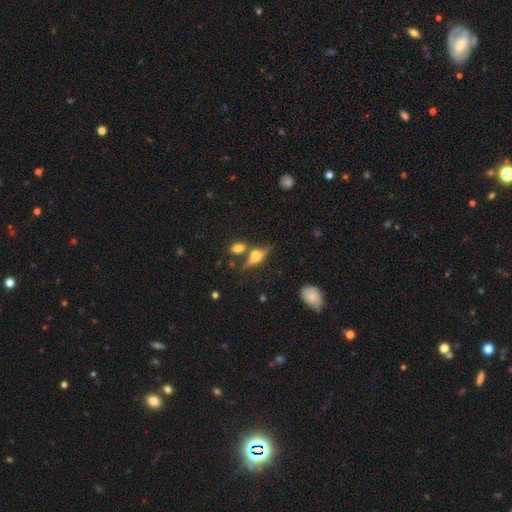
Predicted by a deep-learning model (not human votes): Smooth or featured: featured or disk — 62% (smooth — 28%)
Edge-on disk: yes — 91% (no — 9%)
Edge-on bulge: rounded — 93% (boxy — 5%)
Merging: none — 66% (merger — 15%)